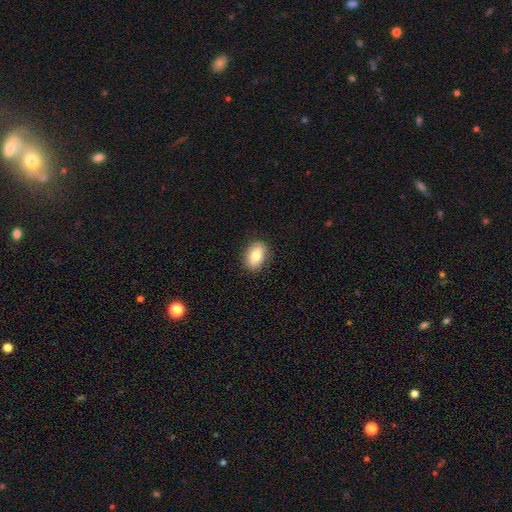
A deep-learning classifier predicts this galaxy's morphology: Smooth or featured?
  - smooth: 79% *
  - featured or disk: 13%
  - star or artifact: 8%
How rounded?
  - in between: 80% *
  - round: 18%
  - cigar-shaped: 2%
Merging?
  - none: 88% *
  - minor disturbance: 9%
  - major disturbance: 2%
  - merger: 1%